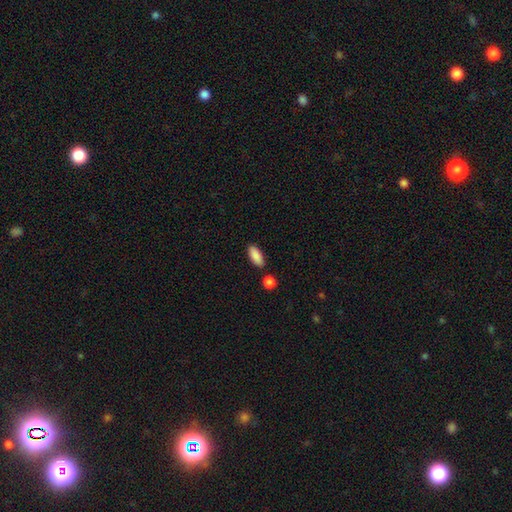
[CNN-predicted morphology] type=smooth (89%); roundness=in between (82%); merging=none (83%).